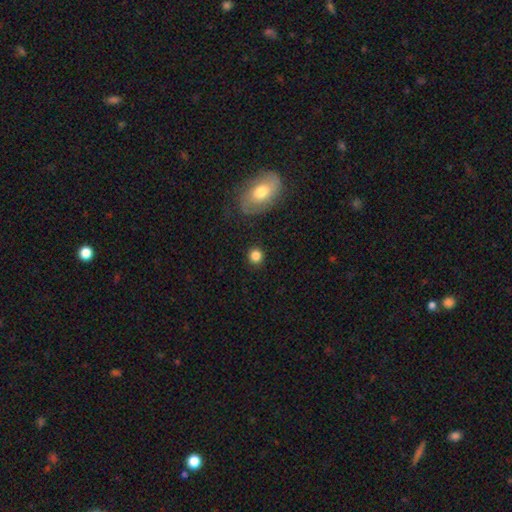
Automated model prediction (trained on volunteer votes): Morphology: type=smooth (84%); roundness=round (88%); merging=none (88%).